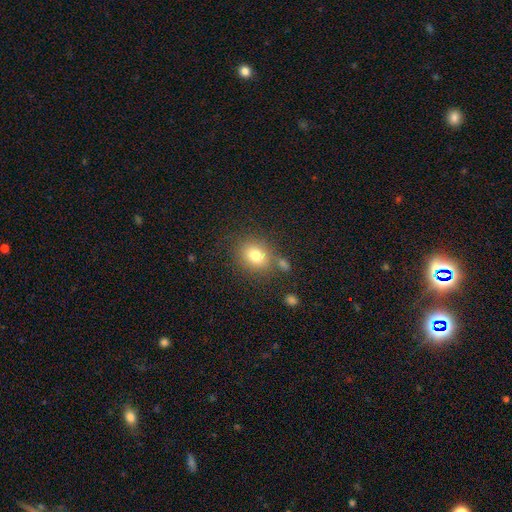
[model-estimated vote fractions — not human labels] smooth-or-featured: smooth: 78% | star or artifact: 12% | featured or disk: 10%
  how-rounded: round: 64% | in between: 35% | cigar-shaped: 1%
  merging: none: 73% | minor disturbance: 13% | merger: 10% | major disturbance: 5%